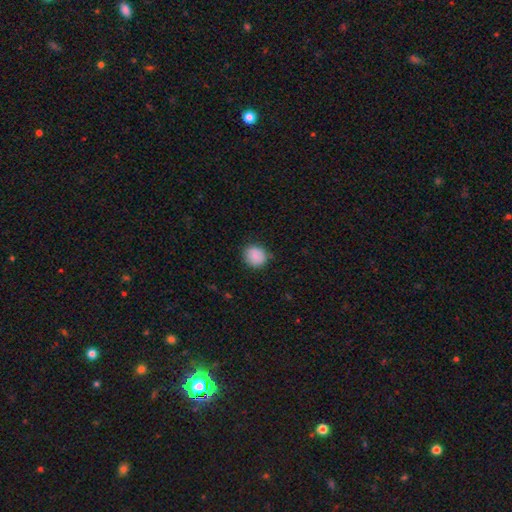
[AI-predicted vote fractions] smooth-or-featured: smooth: 86% | star or artifact: 8% | featured or disk: 6%
  how-rounded: round: 80% | in between: 19% | cigar-shaped: 1%
  merging: none: 85% | minor disturbance: 12% | major disturbance: 3% | merger: 1%